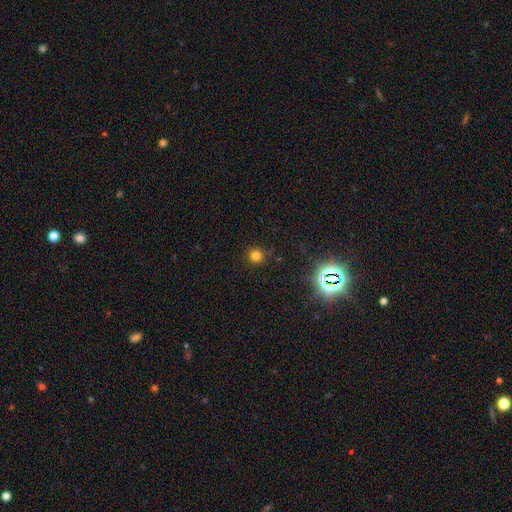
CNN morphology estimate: Smooth or featured? Predicted: smooth (p=0.76). How rounded? Predicted: round (p=0.93). Merging? Predicted: none (p=0.87).